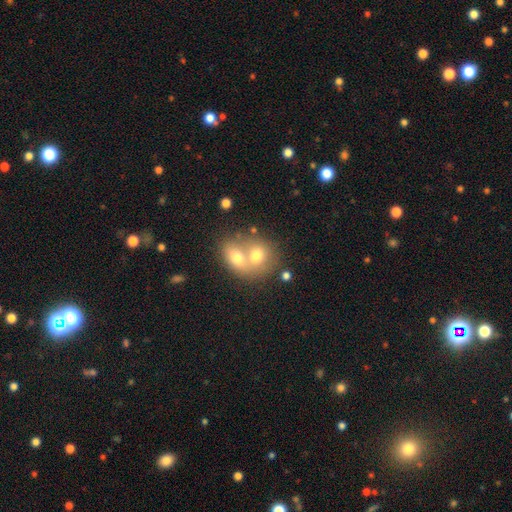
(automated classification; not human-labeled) A smooth galaxy with no disk features (62%) that is round (61%). Merging: merger (73%).